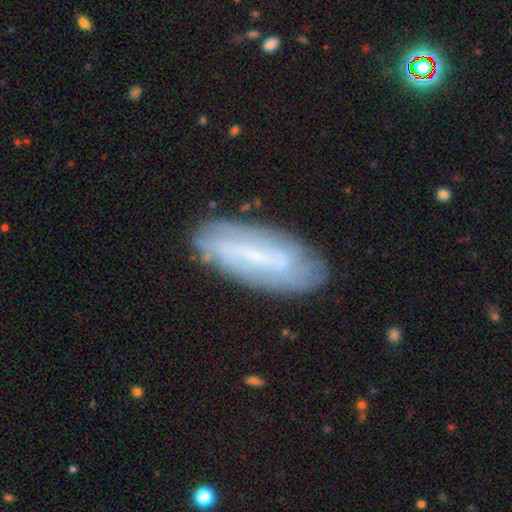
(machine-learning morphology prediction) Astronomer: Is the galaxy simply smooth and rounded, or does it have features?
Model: featured or disk — 57% (runner-up: smooth, 35%).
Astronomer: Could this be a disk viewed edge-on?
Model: no — 82%.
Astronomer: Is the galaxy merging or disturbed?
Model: none — 80%.